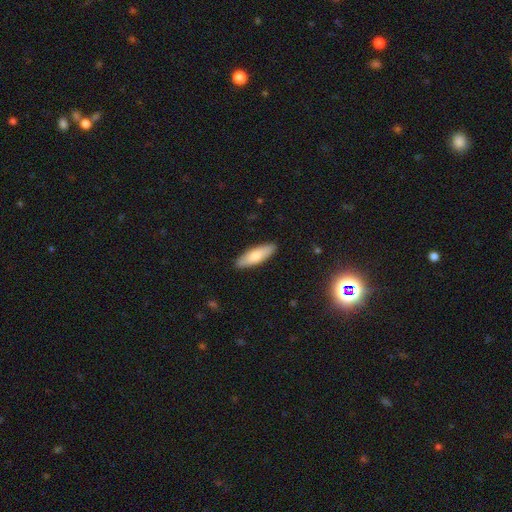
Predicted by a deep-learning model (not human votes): Smooth or featured?
  - smooth: 74% *
  - featured or disk: 21%
  - star or artifact: 5%
How rounded?
  - in between: 50% *
  - cigar-shaped: 48%
  - round: 2%
Merging?
  - none: 89% *
  - minor disturbance: 8%
  - major disturbance: 2%
  - merger: 1%